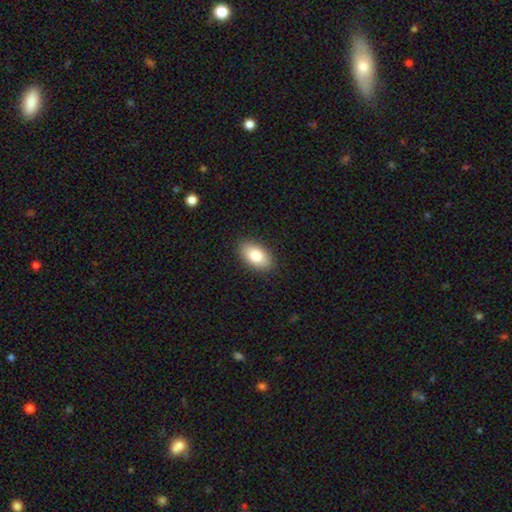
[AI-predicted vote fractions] smooth-or-featured: smooth: 84% | featured or disk: 10% | star or artifact: 6%
  how-rounded: in between: 94% | round: 4% | cigar-shaped: 2%
  merging: none: 88% | minor disturbance: 9% | major disturbance: 2% | merger: 1%